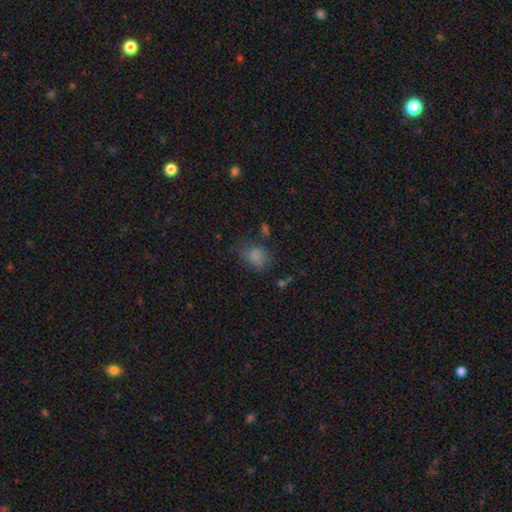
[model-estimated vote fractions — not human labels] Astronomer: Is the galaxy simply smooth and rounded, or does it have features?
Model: smooth — 76%.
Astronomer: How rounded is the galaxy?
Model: in between — 61% (runner-up: round, 38%).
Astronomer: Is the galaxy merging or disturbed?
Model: none — 50% (runner-up: minor disturbance, 27%).